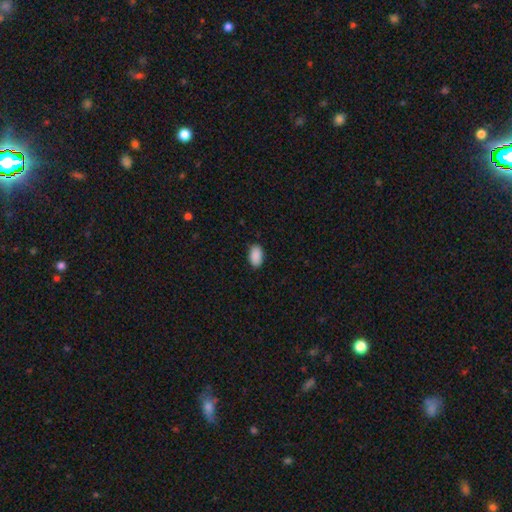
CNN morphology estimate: Overall: smooth (90%). How rounded: in between (93%). Merging: none (86%).